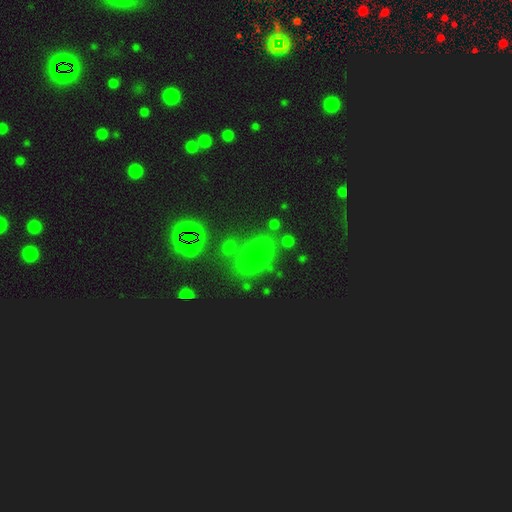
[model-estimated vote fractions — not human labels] smooth-or-featured: smooth: 67% | star or artifact: 21% | featured or disk: 12%
  how-rounded: in between: 72% | round: 25% | cigar-shaped: 3%
  merging: none: 71% | minor disturbance: 14% | merger: 9% | major disturbance: 6%